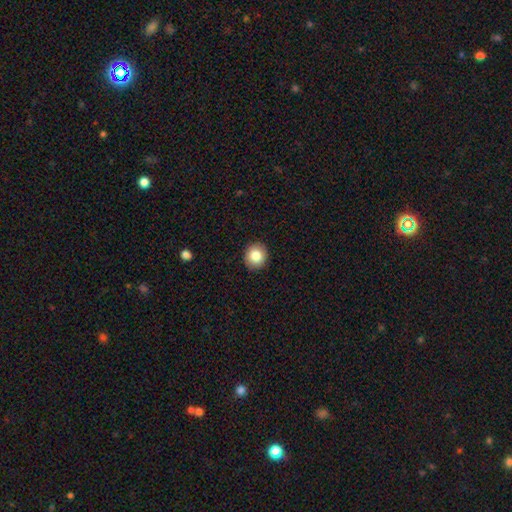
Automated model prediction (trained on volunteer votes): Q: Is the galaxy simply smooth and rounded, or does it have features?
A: smooth — 84%.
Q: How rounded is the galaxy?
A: round — 82%.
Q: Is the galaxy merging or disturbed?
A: none — 91%.